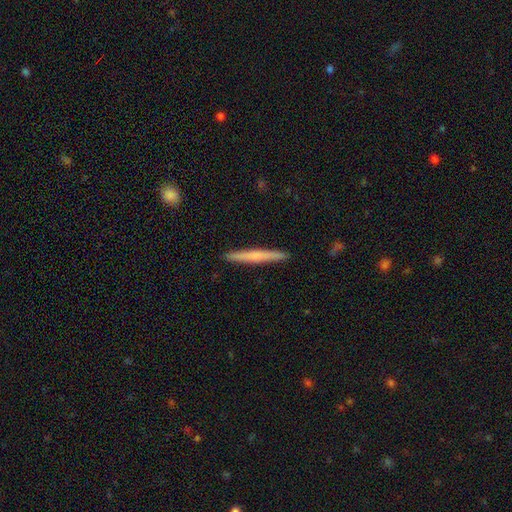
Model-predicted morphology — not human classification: This appears to be a smooth galaxy with no disk features (57%) that is cigar-shaped (97%). Merging: none (92%).